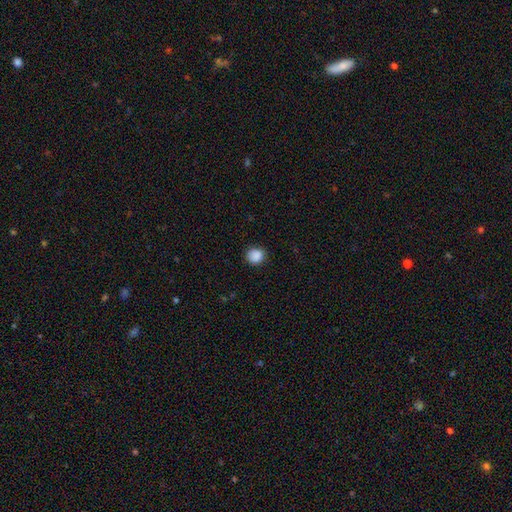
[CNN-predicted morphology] smooth-or-featured: smooth: 88% | star or artifact: 9% | featured or disk: 3%
  how-rounded: round: 87% | in between: 12% | cigar-shaped: 1%
  merging: none: 87% | minor disturbance: 9% | major disturbance: 2% | merger: 1%